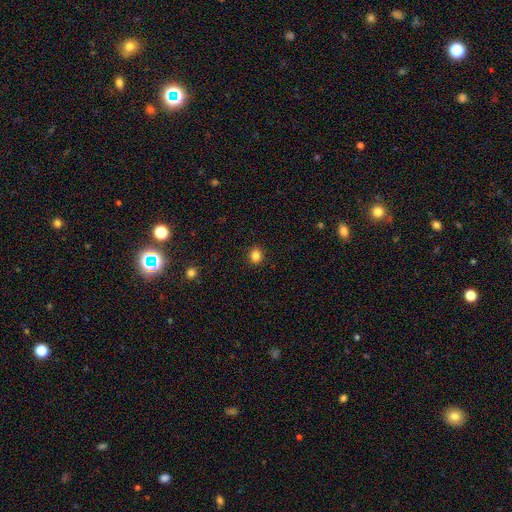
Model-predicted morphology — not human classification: Smooth or featured? Predicted: smooth (p=0.84). How rounded? Predicted: round (p=0.75). Merging? Predicted: none (p=0.91).